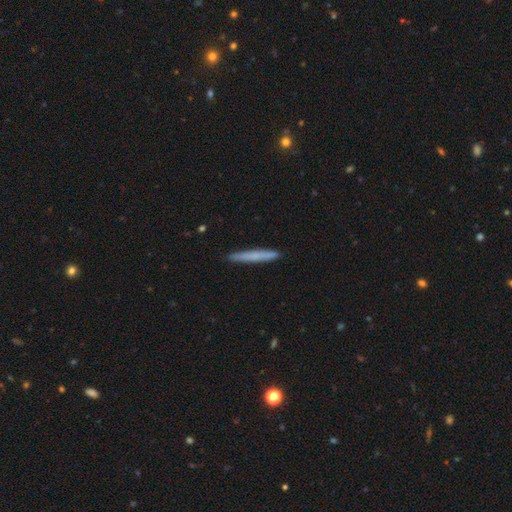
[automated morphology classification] Smooth or featured?
  - smooth: 66% *
  - featured or disk: 28%
  - star or artifact: 6%
How rounded?
  - cigar-shaped: 97% *
  - in between: 2%
  - round: 1%
Merging?
  - none: 92% *
  - minor disturbance: 6%
  - major disturbance: 1%
  - merger: 1%